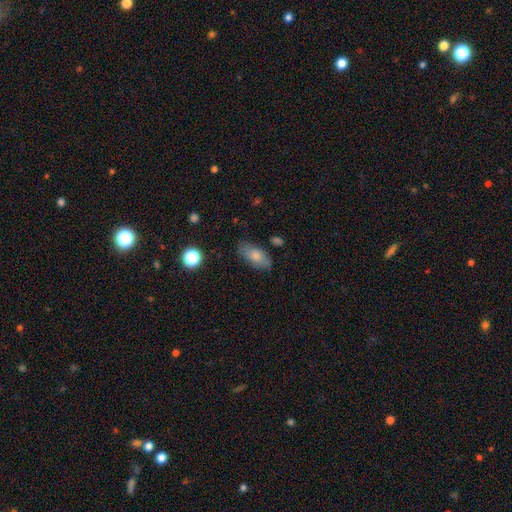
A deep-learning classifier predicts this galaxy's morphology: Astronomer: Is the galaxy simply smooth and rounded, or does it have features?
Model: smooth — 78%.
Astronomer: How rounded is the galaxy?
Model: in between — 89%.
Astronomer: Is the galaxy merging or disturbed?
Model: none — 77%.